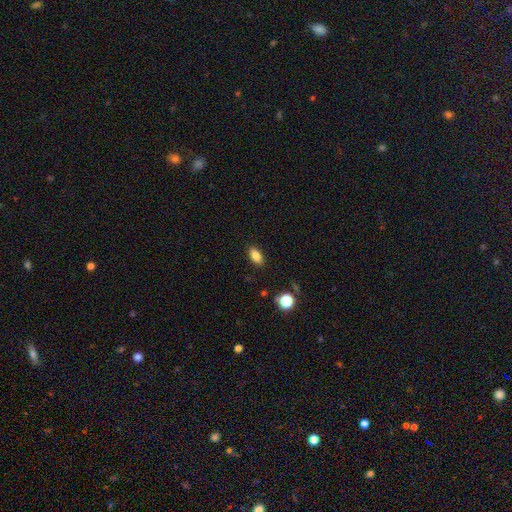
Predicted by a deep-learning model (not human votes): Smooth or featured?
  - smooth: 85% *
  - star or artifact: 10%
  - featured or disk: 5%
How rounded?
  - in between: 87% *
  - cigar-shaped: 7%
  - round: 6%
Merging?
  - none: 88% *
  - minor disturbance: 9%
  - major disturbance: 2%
  - merger: 1%